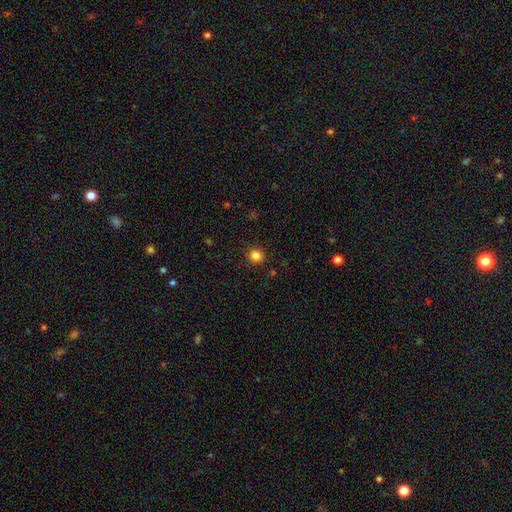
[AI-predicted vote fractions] smooth_or_featured: smooth (p=0.84) [alt: star or artifact p=0.12]
how_rounded: round (p=0.91) [alt: in between p=0.08]
merging: none (p=0.90) [alt: minor disturbance p=0.06]